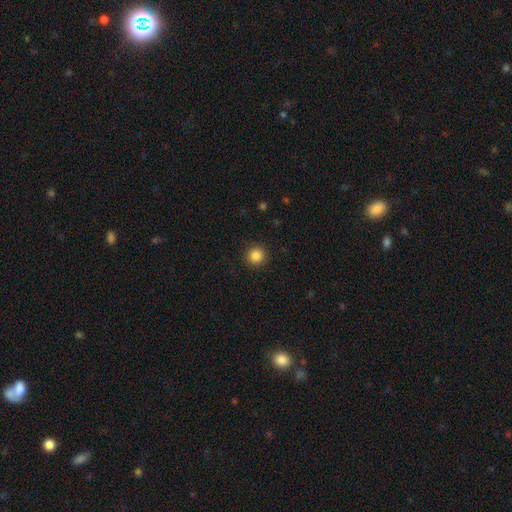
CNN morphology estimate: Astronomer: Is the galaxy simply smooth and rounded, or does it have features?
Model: smooth — 86%.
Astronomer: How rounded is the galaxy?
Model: round — 94%.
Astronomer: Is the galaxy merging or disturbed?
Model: none — 92%.